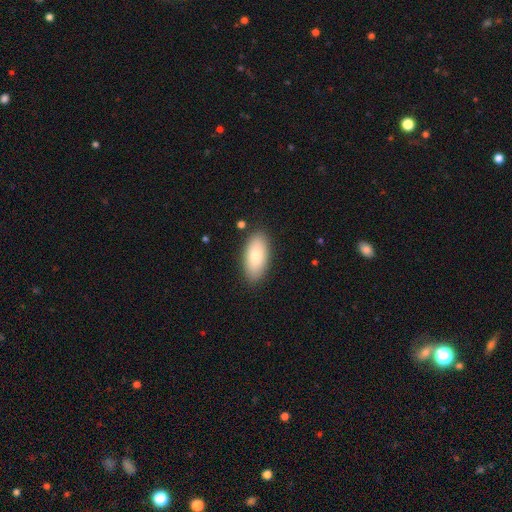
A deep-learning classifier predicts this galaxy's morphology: A smooth galaxy with no disk features (77%) that is in between round and cigar-shaped (92%). Merging: none (87%).